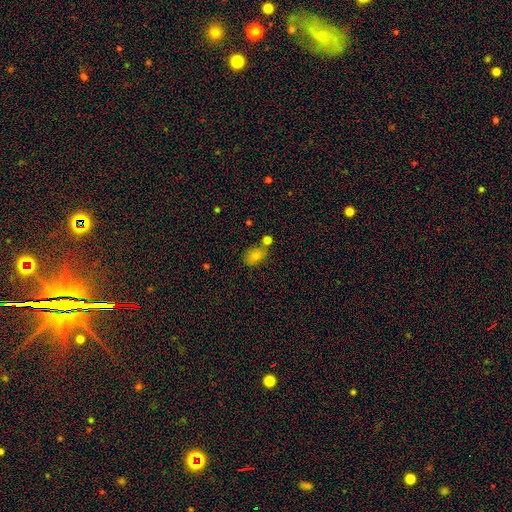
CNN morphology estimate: The model was most divided on "merging": none: 56%, merger: 21%, minor disturbance: 17%, major disturbance: 6%. More confident: how rounded — in between (81%); smooth or featured — smooth (80%).